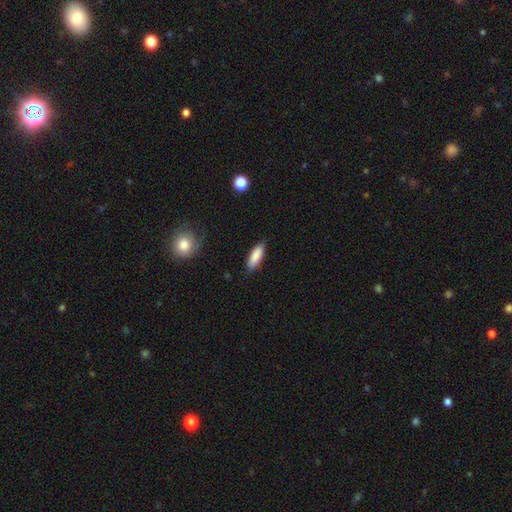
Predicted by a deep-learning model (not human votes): smooth 87%, featured or disk 7%, star or artifact 6%. Down the decision tree: how rounded — in between (62%); merging — none (84%).